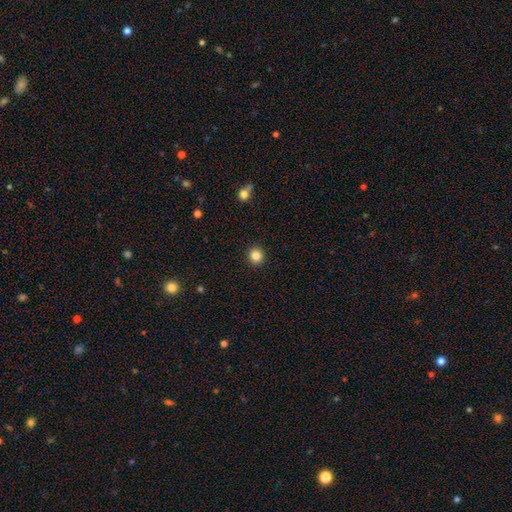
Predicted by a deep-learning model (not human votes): A smooth galaxy with no disk features (85%) that is round (94%). Merging: none (93%).